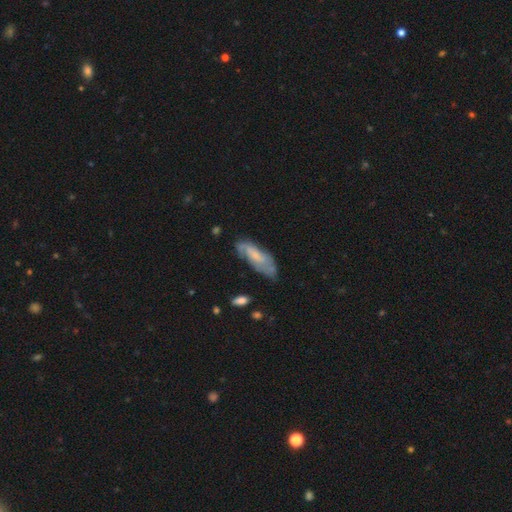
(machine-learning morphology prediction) Q: Smooth or featured?
A: featured or disk (48%); runner-up: smooth (44%)
Q: Merging?
A: none (59%); runner-up: minor disturbance (27%)